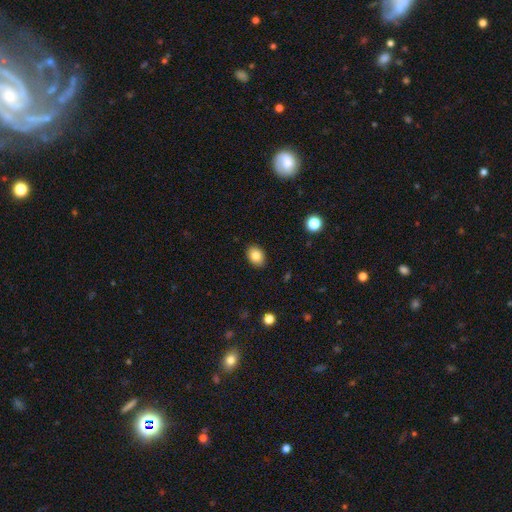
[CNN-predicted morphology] A smooth galaxy with no disk features (84%) that is in between round and cigar-shaped (75%). Merging: none (89%).